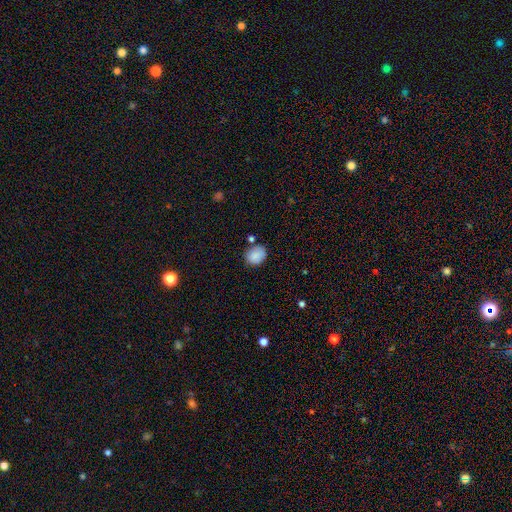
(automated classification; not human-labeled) The model was most divided on "how rounded": round: 56%, in between: 43%, cigar-shaped: 1%. More confident: smooth or featured — smooth (86%); merging — none (70%).